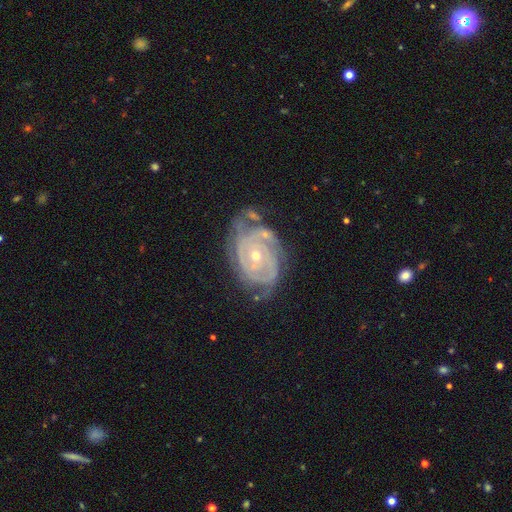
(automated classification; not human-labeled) smooth-or-featured: featured or disk: 90% | star or artifact: 5% | smooth: 5%
  disk-edge-on: no: 97% | yes: 3%
    bar: no: 70% | weak: 23% | strong: 7%
    has-spiral-arms: yes: 97% | no: 3%
      spiral-winding: tight: 77% | medium: 19% | loose: 3%
      spiral-arm-count: 2: 31% | 3: 28% | can't tell: 21% | 4: 10% | more than 4: 5% | 1: 5%
    bulge-size: small: 58% | moderate: 39% | large: 1% | none: 1% | dominant: 1%
  merging: none: 56% | minor disturbance: 27% | major disturbance: 11% | merger: 6%